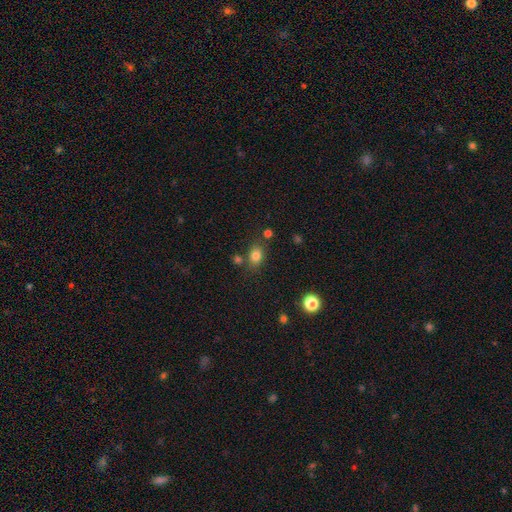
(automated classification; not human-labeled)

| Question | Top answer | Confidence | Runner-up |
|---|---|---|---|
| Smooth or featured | smooth | 80% | star or artifact (13%) |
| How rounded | in between | 61% | round (37%) |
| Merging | none | 72% | minor disturbance (14%) |